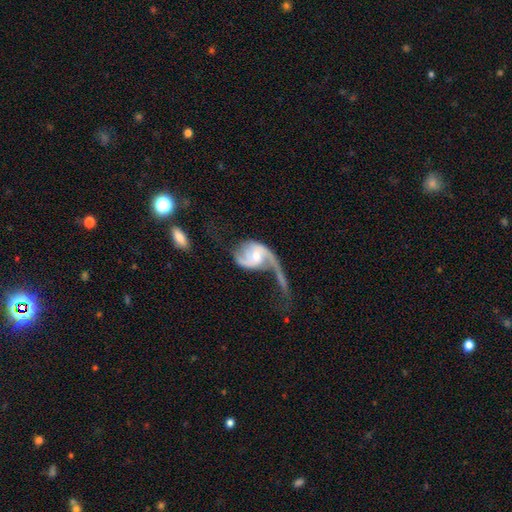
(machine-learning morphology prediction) A featured or disk galaxy (86%) with no bar (54%), 2 (70%) loose (58%) spiral arms (95%) and a moderate central bulge (49%).

Vote fractions:
- Smooth or featured? featured or disk: 86% / smooth: 9% / star or artifact: 5%
- Edge-on disk? no: 98% / yes: 2%
- Bar? no: 54% / weak: 36% / strong: 9%
- Spiral arms? yes: 95% / no: 5%
- Spiral winding? loose: 58% / medium: 31% / tight: 10%
- Spiral arm count? 2: 70% / 1: 22% / can't tell: 4% / 3: 2% / 4: 1% / more than 4: 1%
- Bulge size? moderate: 49% / small: 45% / large: 3% / none: 2% / dominant: 1%
- Merging? major disturbance: 44% / none: 29% / minor disturbance: 17% / merger: 10%